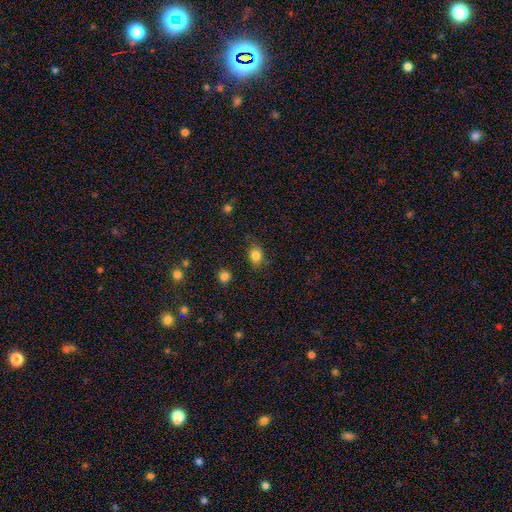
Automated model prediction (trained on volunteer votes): Overall: smooth (83%). How rounded: in between (59%; round 40%). Merging: none (77%).